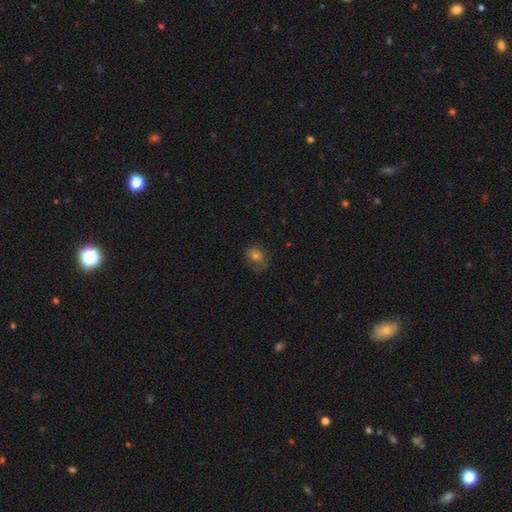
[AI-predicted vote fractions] This appears to be a smooth galaxy with no disk features (68%) that is round (53%). Merging: none (60%).